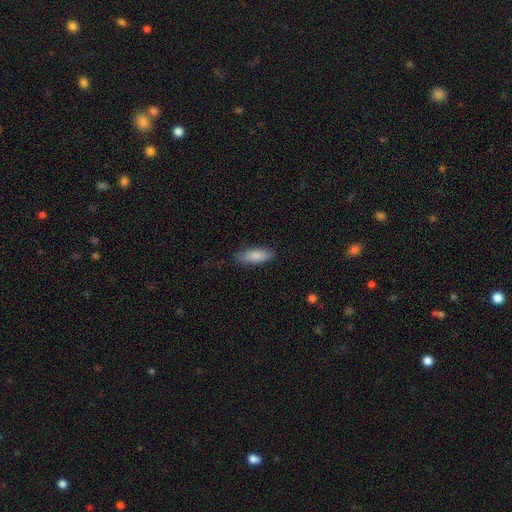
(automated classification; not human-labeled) A smooth galaxy with no disk features (87%) that is in between round and cigar-shaped (69%).

Vote fractions:
- Smooth or featured? smooth: 87% / featured or disk: 7% / star or artifact: 6%
- How rounded? in between: 69% / cigar-shaped: 29% / round: 2%
- Merging? none: 84% / minor disturbance: 13% / major disturbance: 3% / merger: 1%